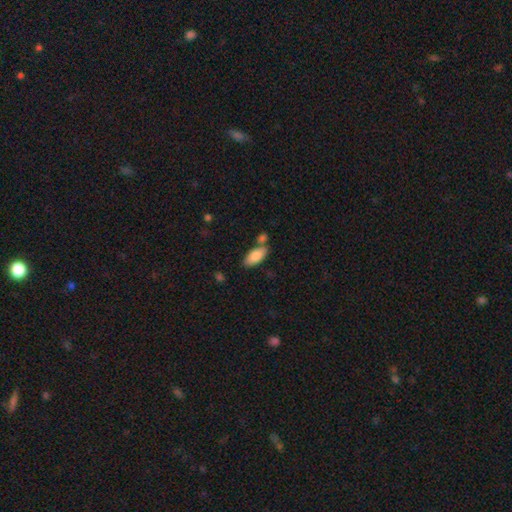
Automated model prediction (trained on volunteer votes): Smooth or featured?
  - smooth: 83% *
  - featured or disk: 11%
  - star or artifact: 6%
How rounded?
  - in between: 87% *
  - cigar-shaped: 11%
  - round: 2%
Merging?
  - none: 67% *
  - merger: 16%
  - minor disturbance: 14%
  - major disturbance: 3%